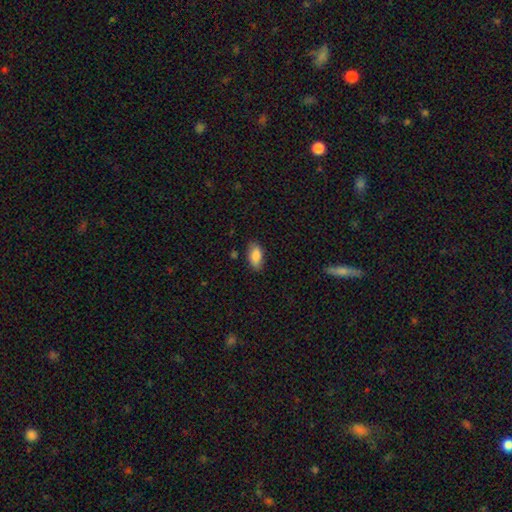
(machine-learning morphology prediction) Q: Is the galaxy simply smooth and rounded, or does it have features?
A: smooth — 85%.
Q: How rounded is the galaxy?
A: in between — 91%.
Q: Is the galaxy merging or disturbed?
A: none — 80%.